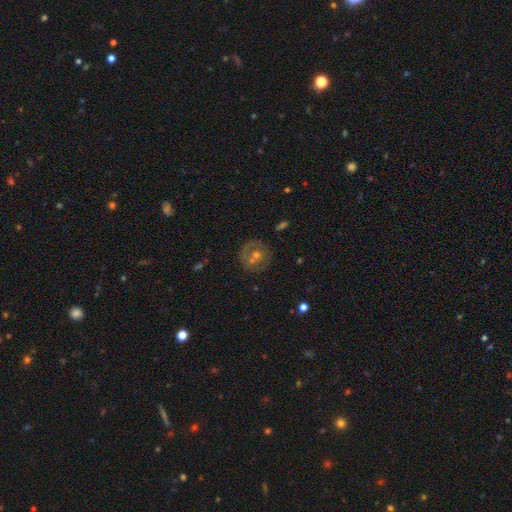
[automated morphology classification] Overall: featured or disk (51%; smooth 35%). Edge-on disk: no (96%). Merging: none (74%).